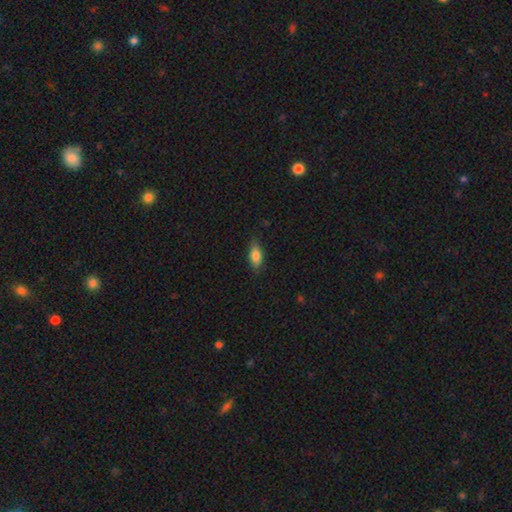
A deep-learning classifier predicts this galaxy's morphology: This is likely a smooth galaxy (79%). How rounded: clearly in between (81%). Merging: clearly none (80%).